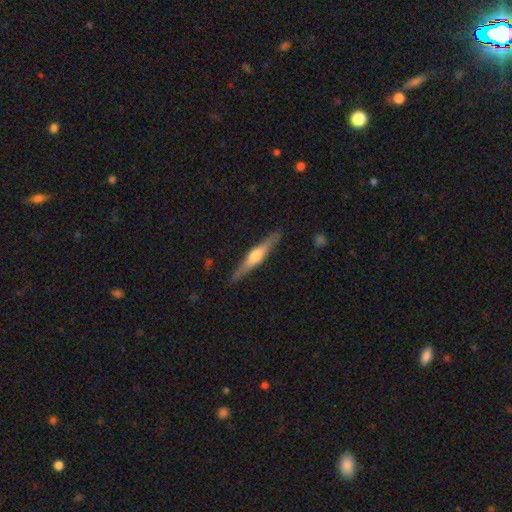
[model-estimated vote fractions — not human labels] A featured or disk galaxy (65%) viewed edge-on (97%) with a rounded central bulge (86%).

Vote fractions:
- Smooth or featured? featured or disk: 65% / smooth: 30% / star or artifact: 5%
- Edge-on disk? yes: 97% / no: 3%
- Edge-on bulge? rounded: 86% / boxy: 8% / none: 6%
- Merging? none: 88% / minor disturbance: 9% / major disturbance: 2% / merger: 1%